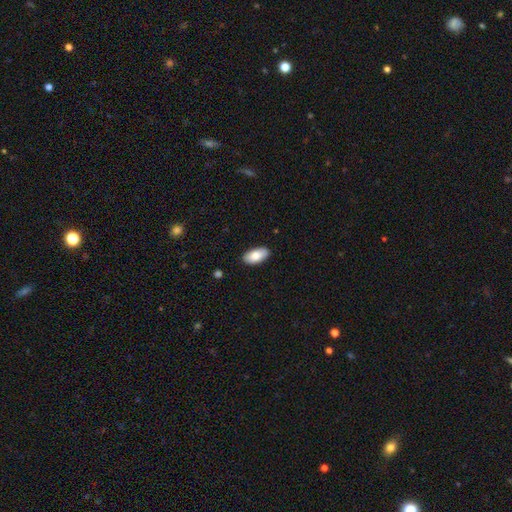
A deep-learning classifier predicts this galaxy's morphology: This is clearly a smooth galaxy (84%). How rounded: clearly in between (94%). Merging: clearly none (88%).